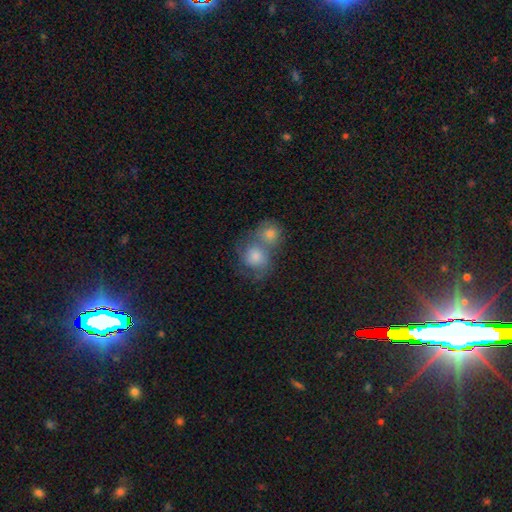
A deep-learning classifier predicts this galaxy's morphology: A smooth galaxy with no disk features (51%) that is round (78%). Merging: merger (58%).